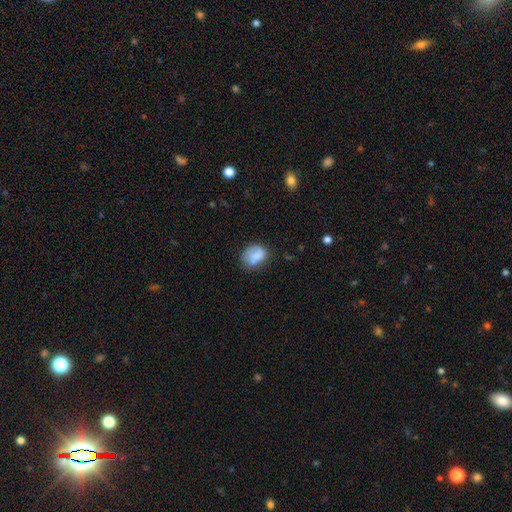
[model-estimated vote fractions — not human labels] smooth_or_featured: smooth (p=0.77) [alt: featured or disk p=0.15]
how_rounded: in between (p=0.61) [alt: round p=0.37]
merging: none (p=0.53) [alt: minor disturbance p=0.29]